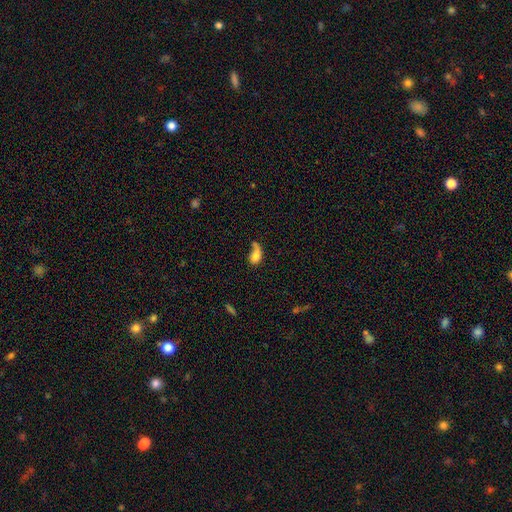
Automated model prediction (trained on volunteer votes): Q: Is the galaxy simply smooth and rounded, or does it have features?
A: smooth — 70%.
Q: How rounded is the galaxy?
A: in between — 81%.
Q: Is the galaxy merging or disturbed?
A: none — 29%.